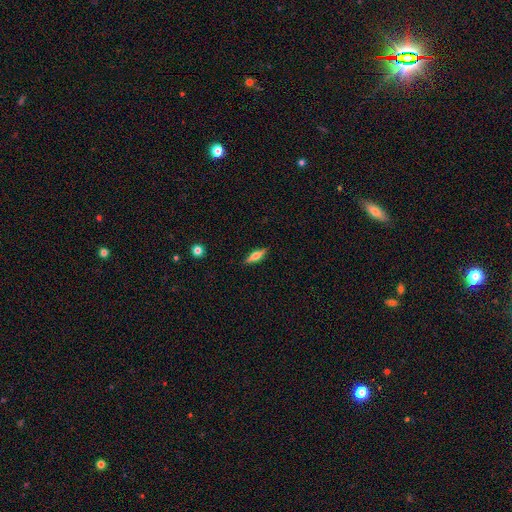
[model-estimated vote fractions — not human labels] A smooth galaxy with no disk features (48%).

Vote fractions:
- Smooth or featured? smooth: 48% / featured or disk: 45% / star or artifact: 7%
- Merging? none: 88% / minor disturbance: 9% / major disturbance: 2% / merger: 1%